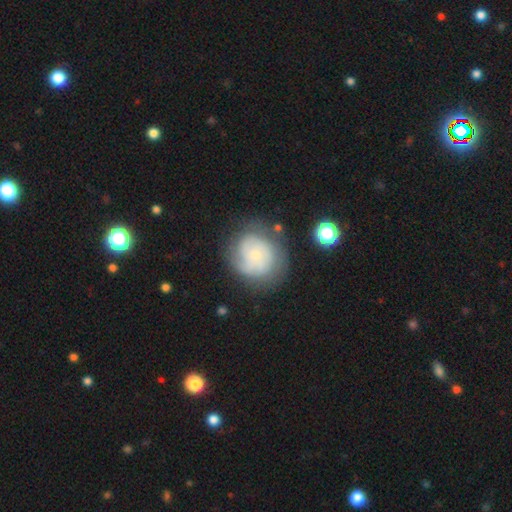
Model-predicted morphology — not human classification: Q: Smooth or featured?
A: featured or disk (61%); runner-up: smooth (31%)
Q: Edge-on disk?
A: no (98%); runner-up: yes (2%)
Q: Bar?
A: no (80%); runner-up: weak (18%)
Q: Spiral arms?
A: yes (84%); runner-up: no (16%)
Q: Spiral winding?
A: tight (57%); runner-up: medium (31%)
Q: Spiral arm count?
A: can't tell (39%); runner-up: 2 (23%)
Q: Bulge size?
A: small (76%); runner-up: moderate (18%)
Q: Merging?
A: none (66%); runner-up: minor disturbance (20%)